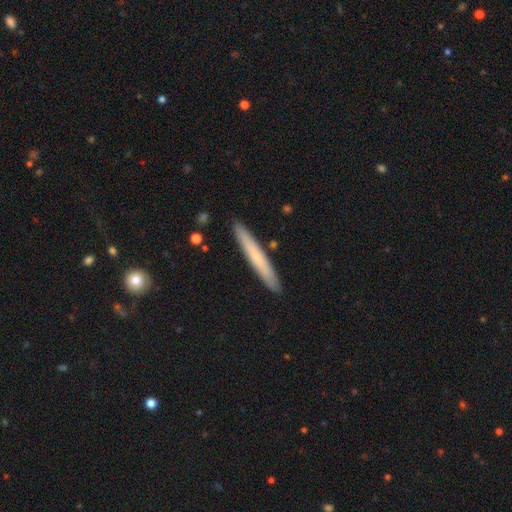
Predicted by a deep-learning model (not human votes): This appears to be a smooth galaxy with no disk features (58%) that is cigar-shaped (96%). Merging: none (90%).